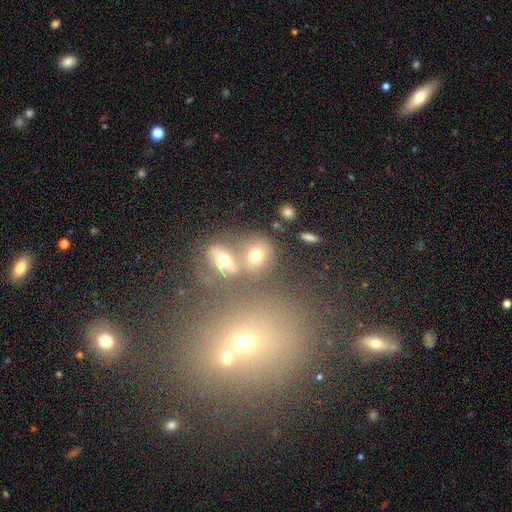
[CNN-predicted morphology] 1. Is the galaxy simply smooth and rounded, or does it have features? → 66% smooth, 18% featured or disk, 16% star or artifact.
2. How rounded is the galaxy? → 63% round, 33% in between, 4% cigar-shaped.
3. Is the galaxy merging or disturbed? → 45% none, 39% merger, 10% minor disturbance, 6% major disturbance.